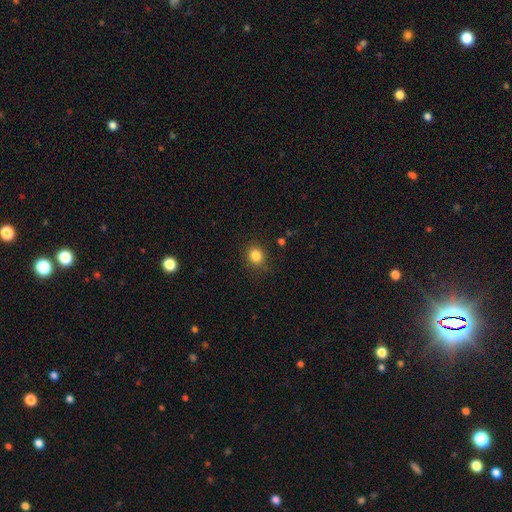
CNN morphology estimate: smooth_or_featured: smooth (p=0.84) [alt: star or artifact p=0.11]
how_rounded: round (p=0.74) [alt: in between p=0.25]
merging: none (p=0.86) [alt: minor disturbance p=0.10]